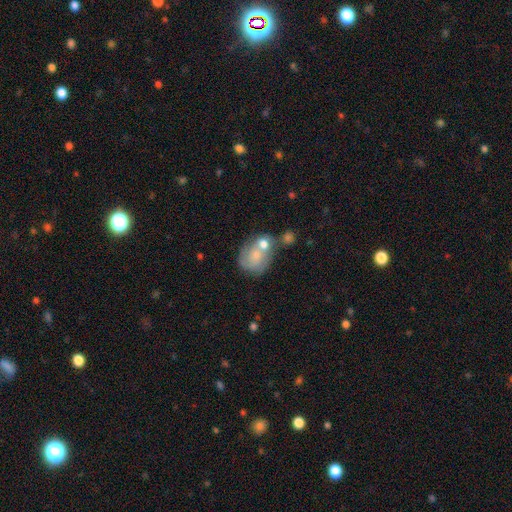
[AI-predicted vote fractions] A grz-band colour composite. It shows a smooth galaxy with no disk features (55%) that is round (52%). Merging: merger (48%).